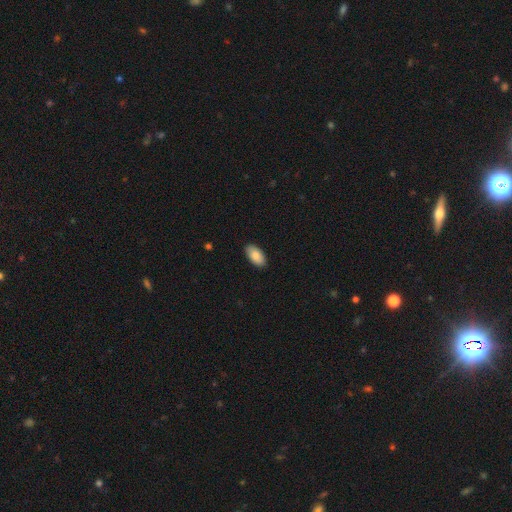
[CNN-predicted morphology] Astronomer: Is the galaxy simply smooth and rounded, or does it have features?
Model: smooth — 86%.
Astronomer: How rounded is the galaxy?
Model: in between — 95%.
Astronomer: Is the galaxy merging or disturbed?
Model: none — 88%.